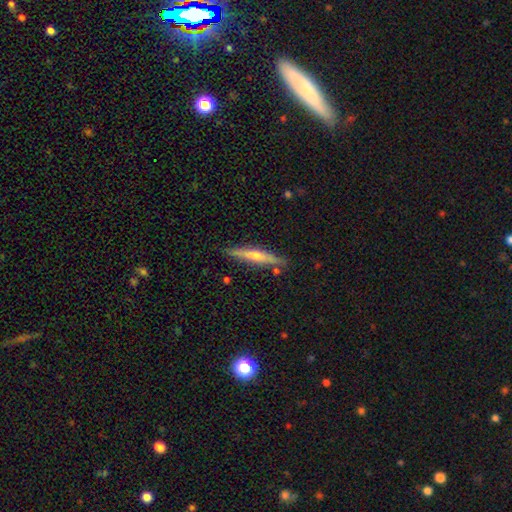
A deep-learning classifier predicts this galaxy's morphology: Overall: featured or disk (57%; smooth 37%). Edge-on disk: yes (95%). Edge-on bulge: rounded (83%). Merging: none (86%).